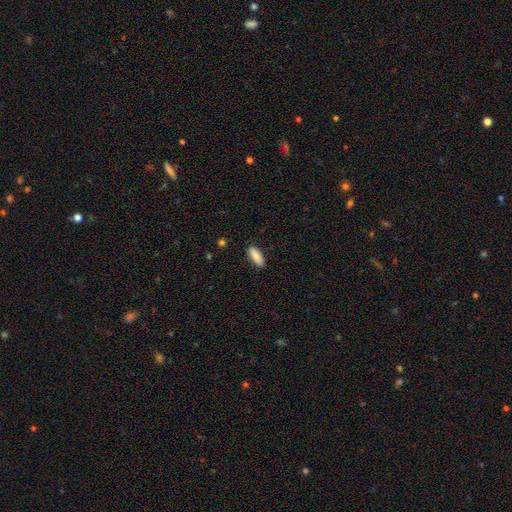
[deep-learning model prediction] Smooth or featured: smooth — 87% (featured or disk — 6%)
How rounded: in between — 79% (cigar-shaped — 19%)
Merging: none — 86% (minor disturbance — 11%)